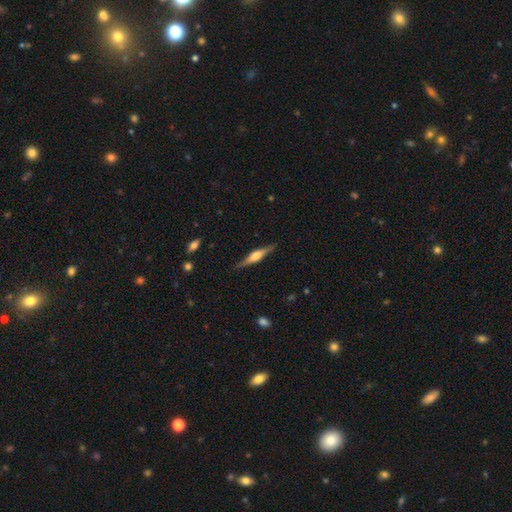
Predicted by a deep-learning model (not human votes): featured or disk 76%, smooth 18%, star or artifact 6%. Down the decision tree: edge-on disk — yes (98%); edge-on bulge — rounded (81%); merging — none (88%).